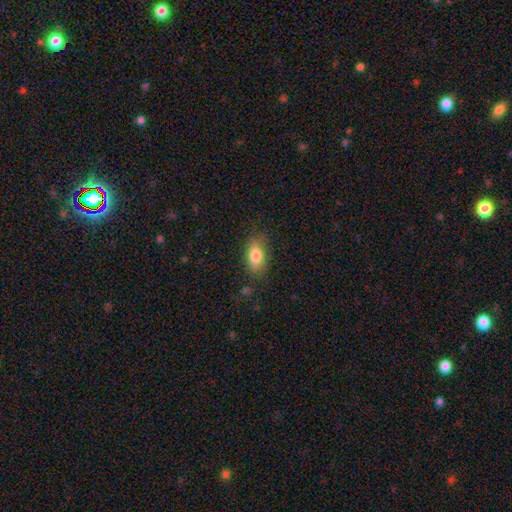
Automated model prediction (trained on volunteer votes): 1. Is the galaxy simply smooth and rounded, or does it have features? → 81% smooth, 12% featured or disk, 8% star or artifact.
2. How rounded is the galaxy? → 88% in between, 7% round, 5% cigar-shaped.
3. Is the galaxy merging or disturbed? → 77% none, 16% minor disturbance, 5% major disturbance, 2% merger.